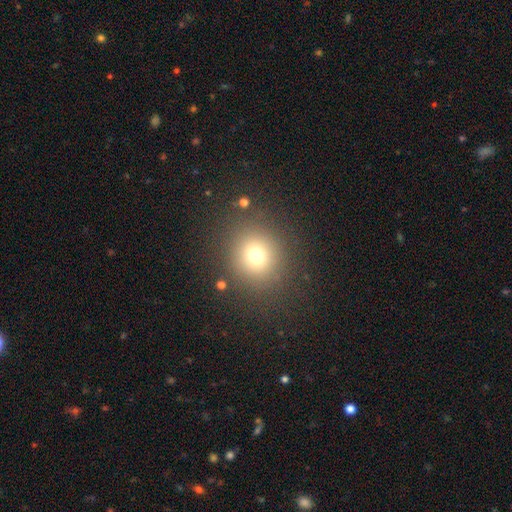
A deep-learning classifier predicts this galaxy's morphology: Smooth or featured?
  - smooth: 72% *
  - star or artifact: 18%
  - featured or disk: 9%
How rounded?
  - round: 87% *
  - in between: 12%
  - cigar-shaped: 1%
Merging?
  - none: 86% *
  - minor disturbance: 7%
  - major disturbance: 5%
  - merger: 2%